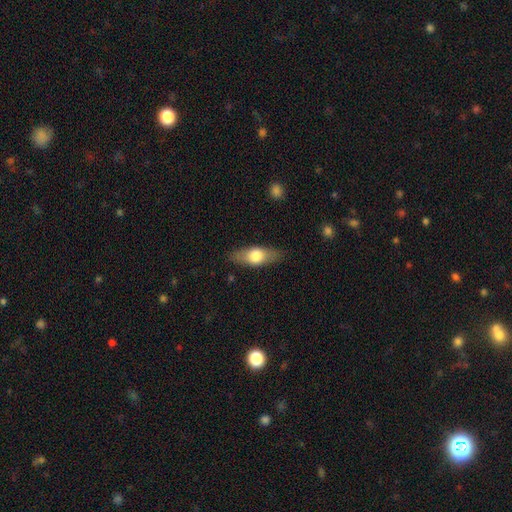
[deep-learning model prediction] Smooth or featured: smooth — 59% (featured or disk — 34%)
How rounded: in between — 66% (cigar-shaped — 30%)
Merging: none — 84% (minor disturbance — 12%)